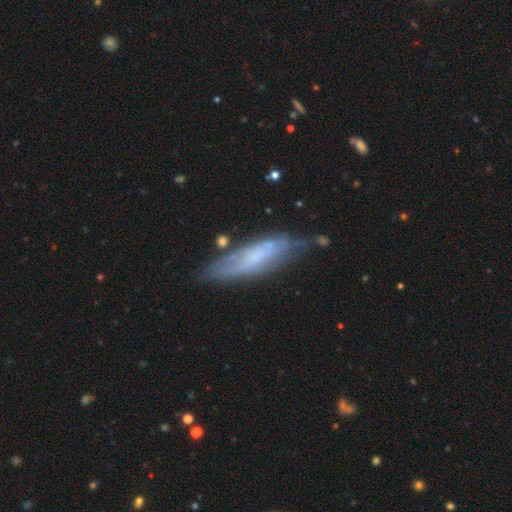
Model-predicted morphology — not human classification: A featured or disk galaxy (53%). Merging: none (54%).